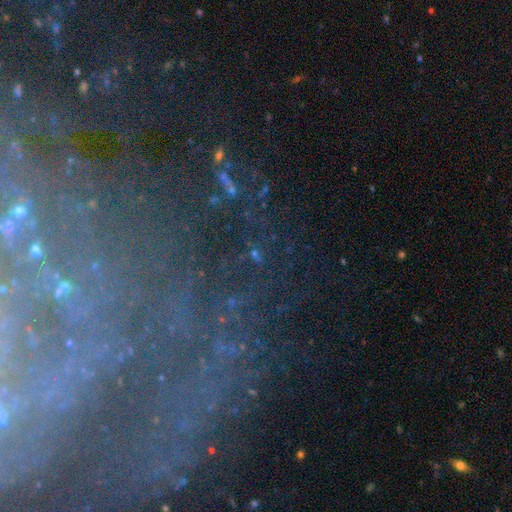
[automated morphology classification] A star or artifact, not a galaxy (63%).

Vote fractions:
- Smooth or featured? star or artifact: 63% / featured or disk: 22% / smooth: 15%